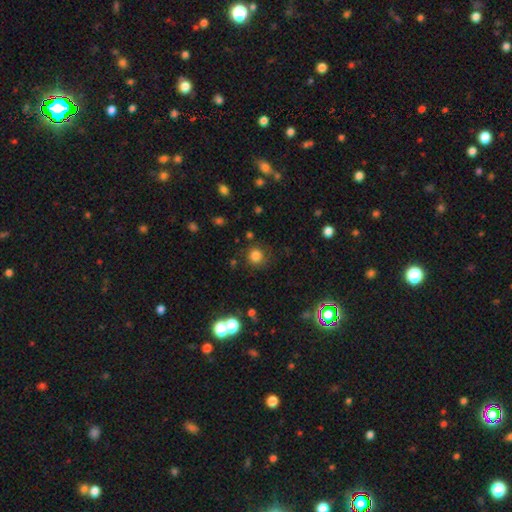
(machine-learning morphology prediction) This is clearly a smooth galaxy (81%). How rounded: clearly round (91%). Merging: clearly none (81%).